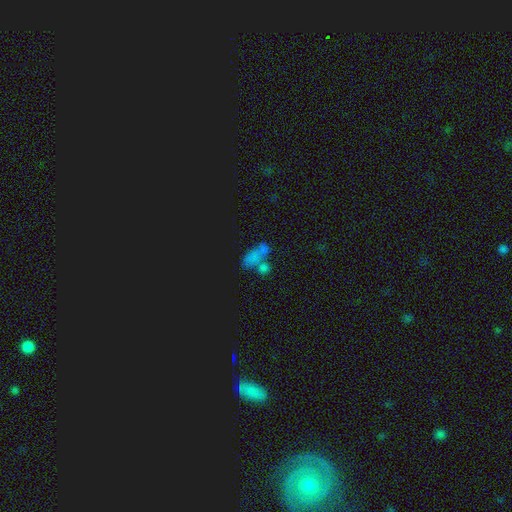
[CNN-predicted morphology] A smooth galaxy with no disk features (51%) that is in between round and cigar-shaped (71%).

Vote fractions:
- Smooth or featured? smooth: 51% / star or artifact: 33% / featured or disk: 16%
- How rounded? in between: 71% / round: 21% / cigar-shaped: 8%
- Merging? merger: 50% / none: 28% / minor disturbance: 12% / major disturbance: 10%